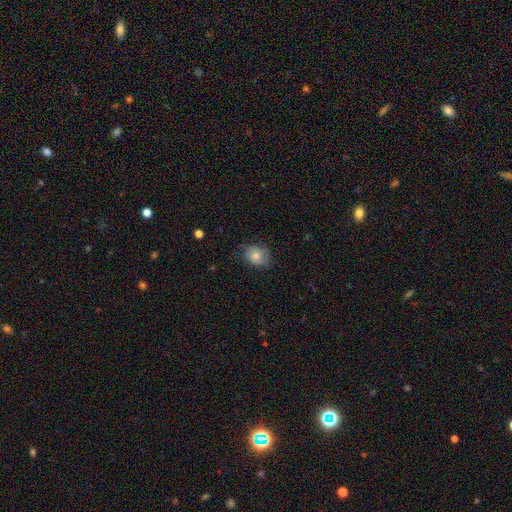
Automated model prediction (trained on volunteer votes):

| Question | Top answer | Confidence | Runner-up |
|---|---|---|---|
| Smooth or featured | smooth | 72% | featured or disk (20%) |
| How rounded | round | 51% | in between (48%) |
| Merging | none | 66% | minor disturbance (26%) |